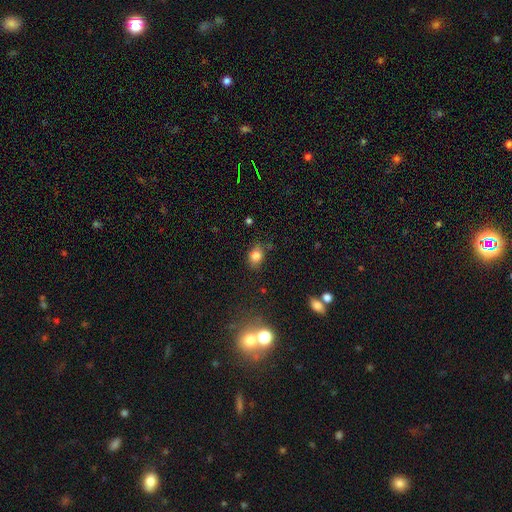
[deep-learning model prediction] Morphology: type=smooth (81%); roundness=in between (59%); merging=none (71%).